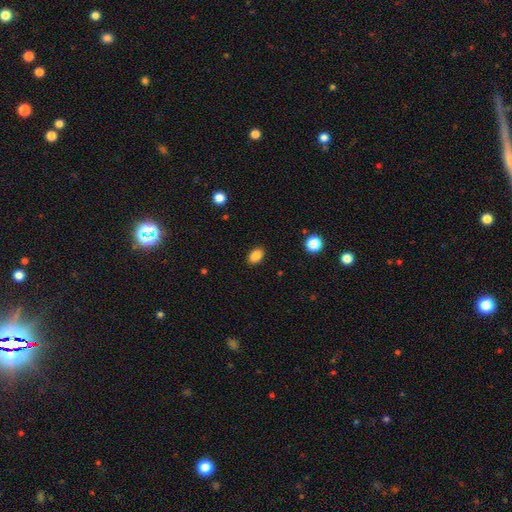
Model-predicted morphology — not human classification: This is clearly a smooth galaxy (86%). How rounded: clearly in between (83%). Merging: clearly none (88%).